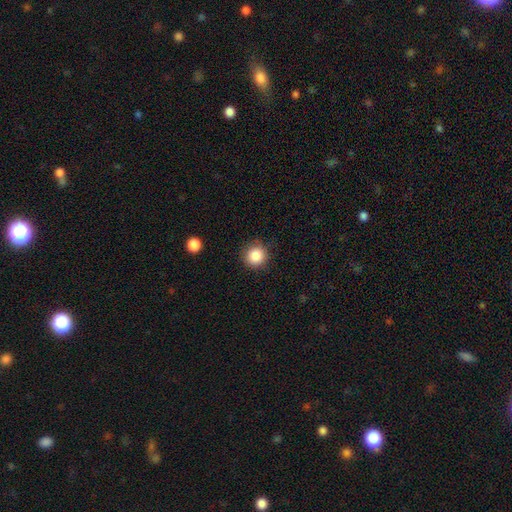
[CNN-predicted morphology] Smooth or featured?
  - smooth: 86% *
  - star or artifact: 10%
  - featured or disk: 4%
How rounded?
  - round: 93% *
  - in between: 6%
  - cigar-shaped: 1%
Merging?
  - none: 88% *
  - minor disturbance: 8%
  - major disturbance: 3%
  - merger: 1%